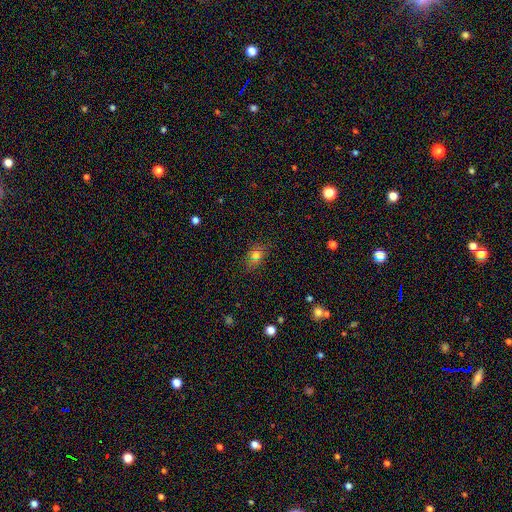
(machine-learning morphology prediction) type=smooth (66%); roundness=in between (72%); merging=none (84%).